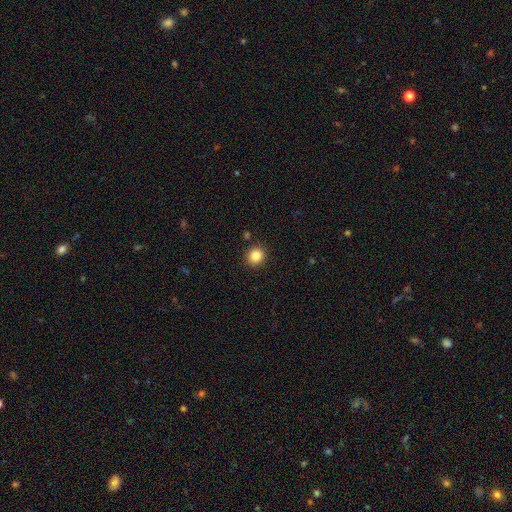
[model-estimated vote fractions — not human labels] A smooth galaxy with no disk features (85%) that is round (85%). Merging: none (90%).